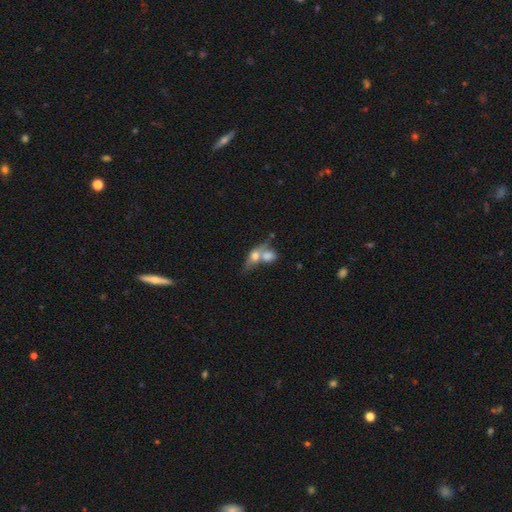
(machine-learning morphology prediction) A smooth galaxy with no disk features (58%) that is in between round and cigar-shaped (61%).

Vote fractions:
- Smooth or featured? smooth: 58% / featured or disk: 33% / star or artifact: 9%
- How rounded? in between: 61% / round: 25% / cigar-shaped: 15%
- Merging? merger: 63% / none: 22% / minor disturbance: 8% / major disturbance: 7%